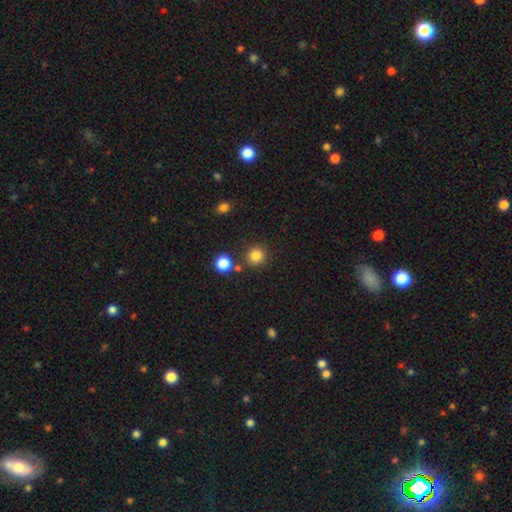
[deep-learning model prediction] This is clearly a smooth galaxy (83%). How rounded: clearly round (93%). Merging: clearly none (84%).